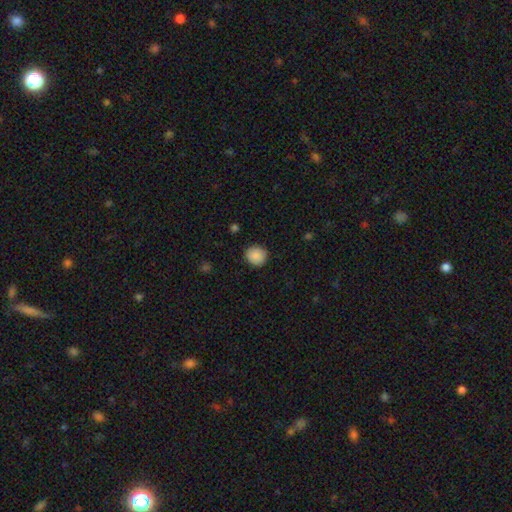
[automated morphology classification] type=smooth (89%); roundness=round (88%); merging=none (89%).